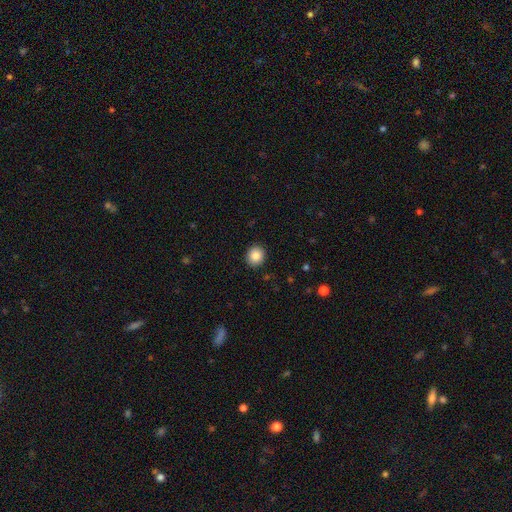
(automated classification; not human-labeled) Morphology: type=smooth (84%); roundness=round (83%); merging=none (92%).